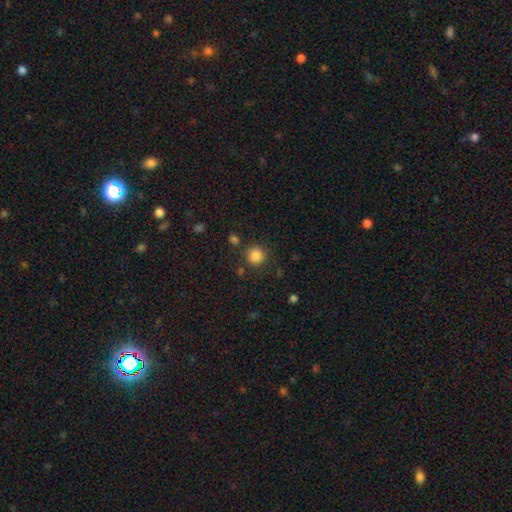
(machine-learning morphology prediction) Smooth or featured?
  - smooth: 85% *
  - star or artifact: 11%
  - featured or disk: 4%
How rounded?
  - round: 93% *
  - in between: 6%
  - cigar-shaped: 1%
Merging?
  - none: 86% *
  - minor disturbance: 7%
  - merger: 4%
  - major disturbance: 3%